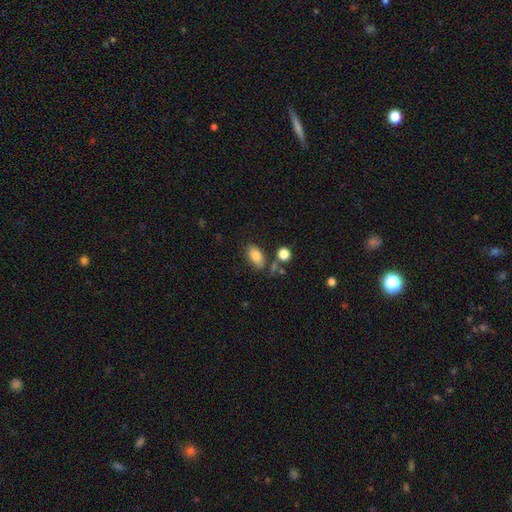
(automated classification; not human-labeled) A smooth galaxy with no disk features (84%) that is in between round and cigar-shaped (89%). Merging: none (68%).